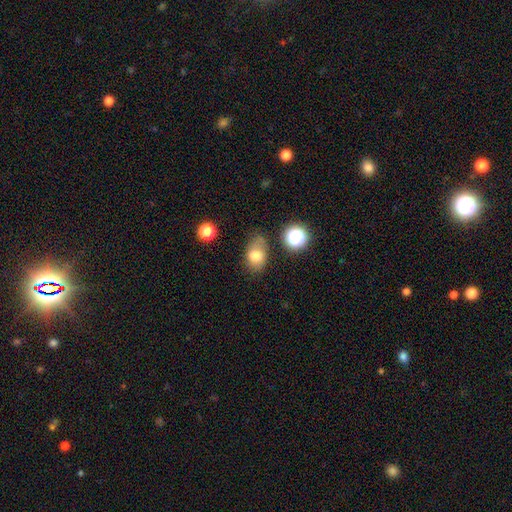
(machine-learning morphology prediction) Smooth or featured: smooth — 76% (featured or disk — 12%)
How rounded: in between — 76% (round — 22%)
Merging: none — 54% (minor disturbance — 29%)